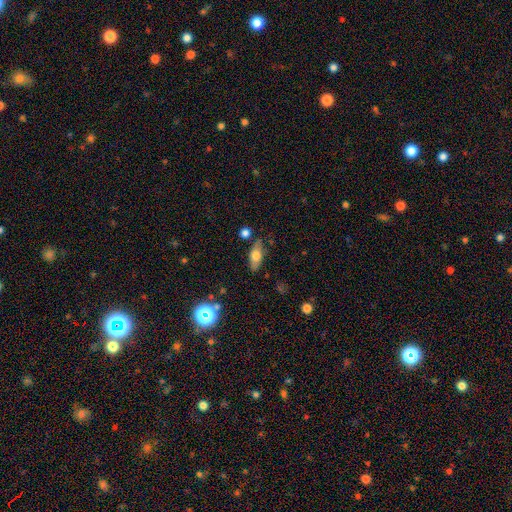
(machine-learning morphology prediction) smooth_or_featured: smooth (p=0.64) [alt: featured or disk p=0.27]
how_rounded: in between (p=0.75) [alt: cigar-shaped p=0.21]
merging: none (p=0.81) [alt: minor disturbance p=0.13]